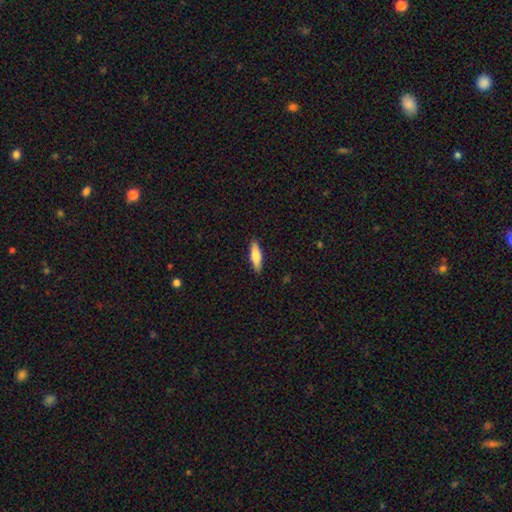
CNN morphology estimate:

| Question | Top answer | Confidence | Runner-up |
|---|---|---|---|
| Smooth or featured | smooth | 72% | featured or disk (22%) |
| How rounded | cigar-shaped | 59% | in between (39%) |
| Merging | none | 89% | minor disturbance (8%) |